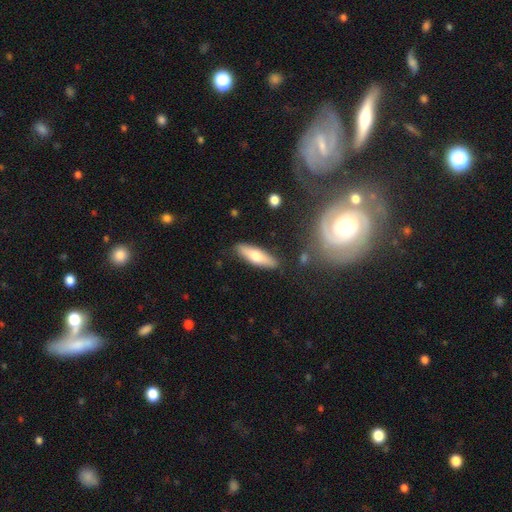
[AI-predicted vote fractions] smooth_or_featured: smooth (p=0.64) [alt: featured or disk p=0.30]
how_rounded: cigar-shaped (p=0.59) [alt: in between p=0.39]
merging: none (p=0.86) [alt: minor disturbance p=0.10]